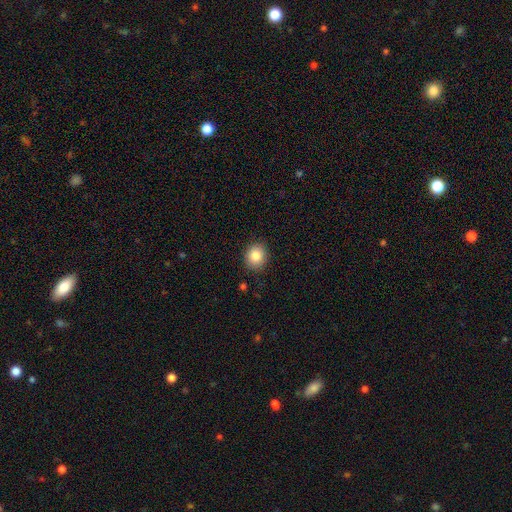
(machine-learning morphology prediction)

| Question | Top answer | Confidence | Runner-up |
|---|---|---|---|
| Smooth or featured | smooth | 85% | star or artifact (9%) |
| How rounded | round | 65% | in between (35%) |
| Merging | none | 88% | minor disturbance (9%) |